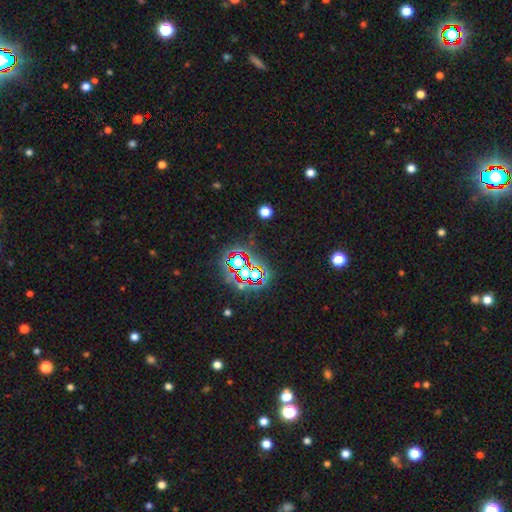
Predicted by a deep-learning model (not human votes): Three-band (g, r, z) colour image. It shows a star or artifact, not a galaxy (75%).